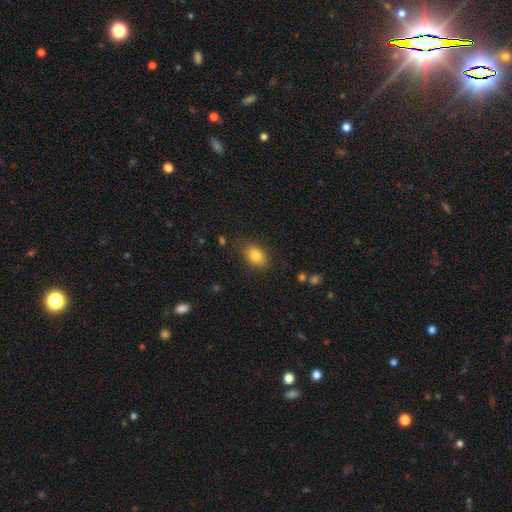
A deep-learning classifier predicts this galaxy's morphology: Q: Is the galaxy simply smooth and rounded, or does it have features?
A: smooth — 83%.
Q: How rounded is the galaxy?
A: in between — 79%.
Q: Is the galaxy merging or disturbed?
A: none — 81%.